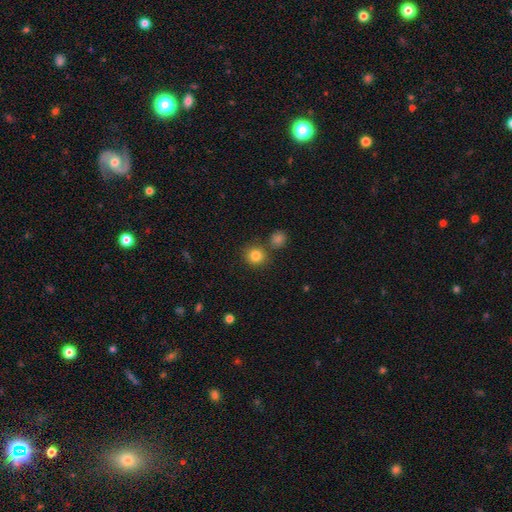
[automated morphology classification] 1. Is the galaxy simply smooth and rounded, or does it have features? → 83% smooth, 12% star or artifact, 6% featured or disk.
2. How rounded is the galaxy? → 89% round, 10% in between, 1% cigar-shaped.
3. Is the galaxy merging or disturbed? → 78% none, 11% merger, 8% minor disturbance, 3% major disturbance.